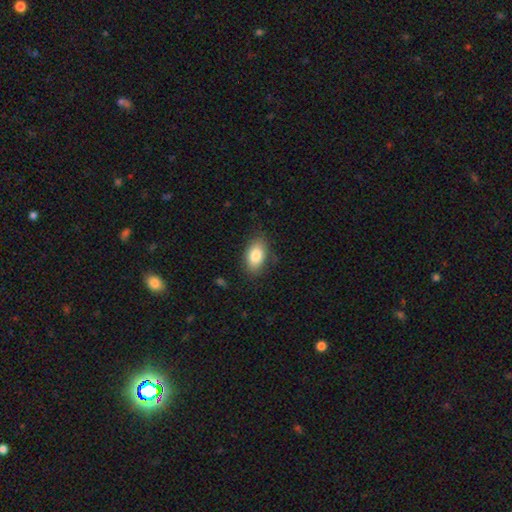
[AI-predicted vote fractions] A smooth galaxy with no disk features (83%) that is in between round and cigar-shaped (91%). Merging: none (80%).